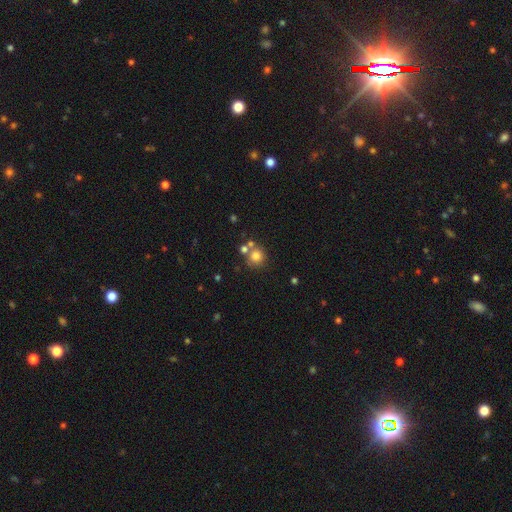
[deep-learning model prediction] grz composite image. It shows a smooth galaxy with no disk features (77%) that is round (90%). Merging: none (63%).